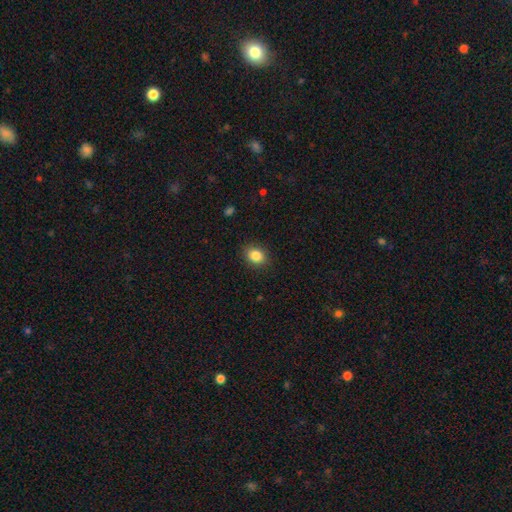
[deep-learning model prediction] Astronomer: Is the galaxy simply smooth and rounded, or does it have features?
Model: smooth — 86%.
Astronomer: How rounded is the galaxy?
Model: in between — 57% (runner-up: round, 41%).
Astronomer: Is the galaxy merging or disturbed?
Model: none — 87%.